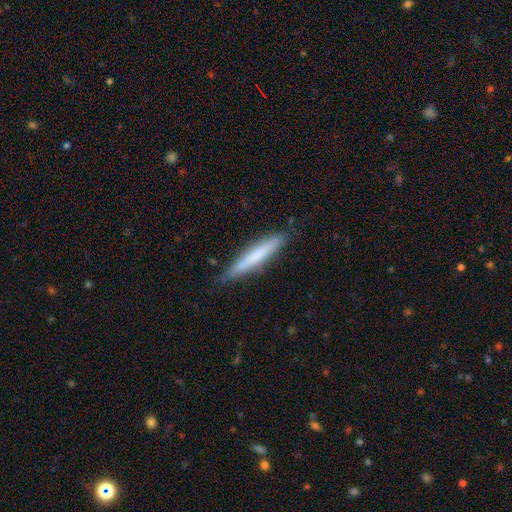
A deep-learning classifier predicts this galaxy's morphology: smooth-or-featured: smooth: 66% | featured or disk: 29% | star or artifact: 6%
  how-rounded: cigar-shaped: 94% | in between: 5% | round: 1%
  merging: none: 85% | minor disturbance: 12% | major disturbance: 2% | merger: 1%